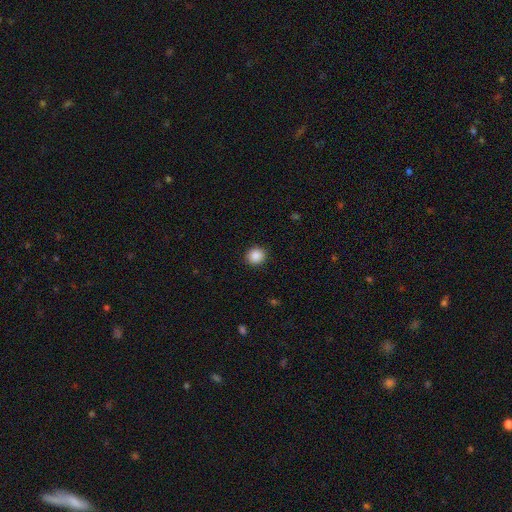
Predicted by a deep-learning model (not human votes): Morphology: type=smooth (88%); roundness=round (88%); merging=none (92%).